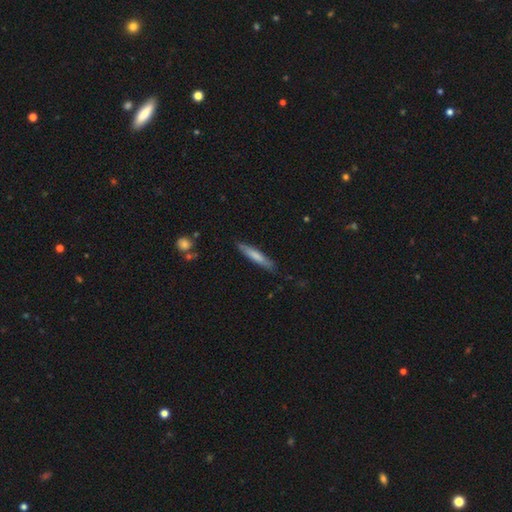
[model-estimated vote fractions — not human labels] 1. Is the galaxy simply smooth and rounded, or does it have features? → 69% smooth, 26% featured or disk, 5% star or artifact.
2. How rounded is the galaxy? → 91% cigar-shaped, 8% in between, 1% round.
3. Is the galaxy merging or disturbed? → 84% none, 13% minor disturbance, 2% major disturbance, 1% merger.